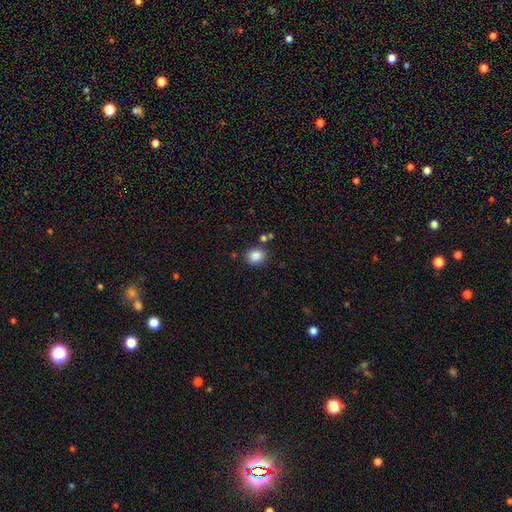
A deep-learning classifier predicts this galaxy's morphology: Q: Smooth or featured?
A: smooth (85%); runner-up: star or artifact (10%)
Q: How rounded?
A: round (67%); runner-up: in between (32%)
Q: Merging?
A: none (81%); runner-up: minor disturbance (10%)